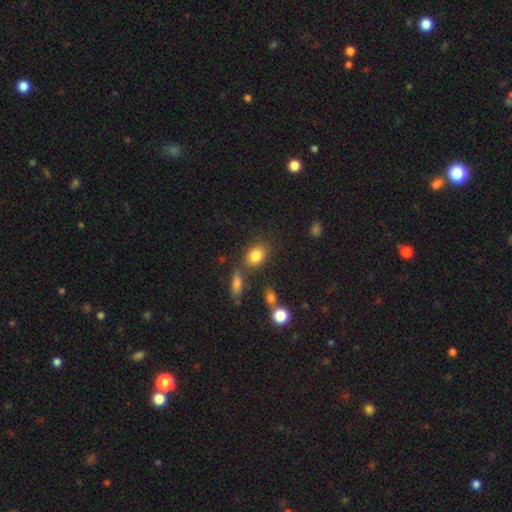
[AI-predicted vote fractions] This appears to be a smooth galaxy with no disk features (83%) that is in between round and cigar-shaped (58%). Merging: none (67%).